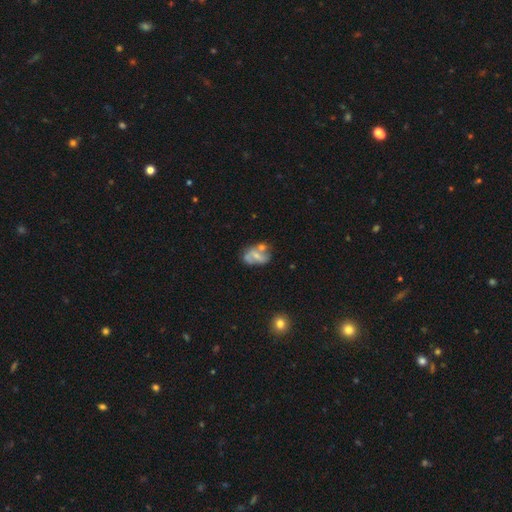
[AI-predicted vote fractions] smooth-or-featured: featured or disk: 55% | smooth: 36% | star or artifact: 9%
  disk-edge-on: no: 95% | yes: 5%
    bar: no: 48% | weak: 34% | strong: 18%
    has-spiral-arms: yes: 54% | no: 46%
    bulge-size: small: 48% | moderate: 33% | none: 15% | large: 2% | dominant: 1%
  merging: none: 35% | merger: 31% | minor disturbance: 21% | major disturbance: 13%